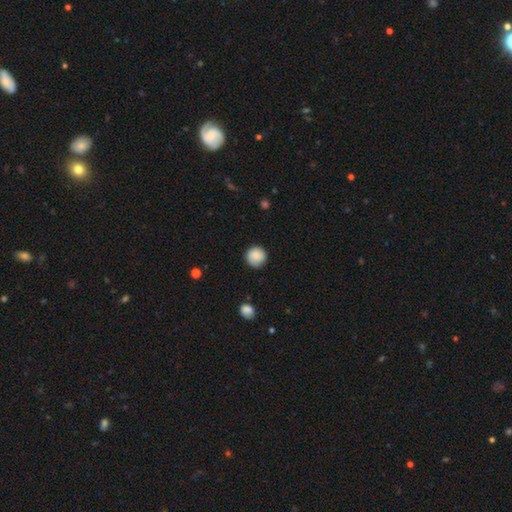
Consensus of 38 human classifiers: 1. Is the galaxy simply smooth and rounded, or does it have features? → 84% smooth, 11% featured or disk, 5% star or artifact.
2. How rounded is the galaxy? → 97% round, 3% in between, 0% cigar-shaped.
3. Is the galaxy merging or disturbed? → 83% none, 14% minor disturbance, 3% major disturbance, 0% merger.